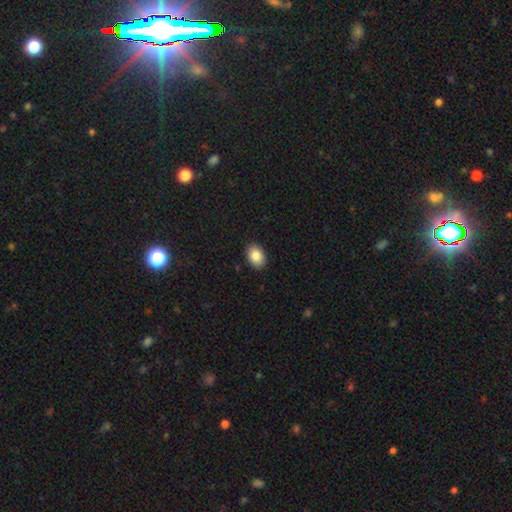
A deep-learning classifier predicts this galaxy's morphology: Smooth or featured: smooth — 86% (star or artifact — 8%)
How rounded: in between — 76% (round — 23%)
Merging: none — 89% (minor disturbance — 8%)